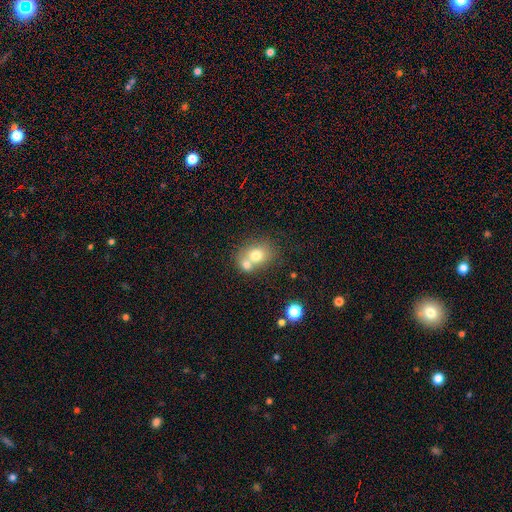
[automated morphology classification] The model was most divided on "how rounded": round: 60%, in between: 39%, cigar-shaped: 1%. More confident: smooth or featured — smooth (71%); merging — merger (56%).